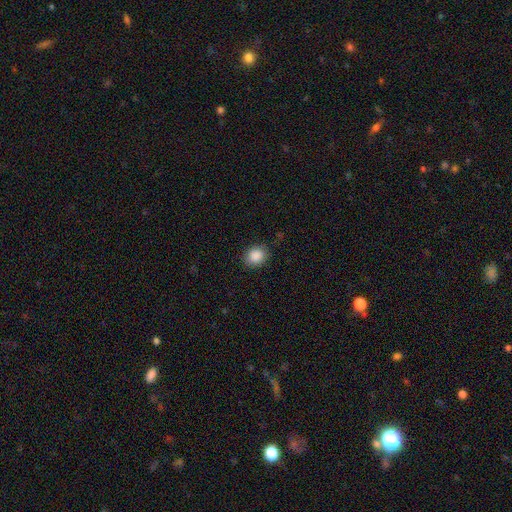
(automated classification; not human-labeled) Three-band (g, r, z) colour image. It shows a smooth galaxy with no disk features (88%) that is round (61%). Merging: none (86%).